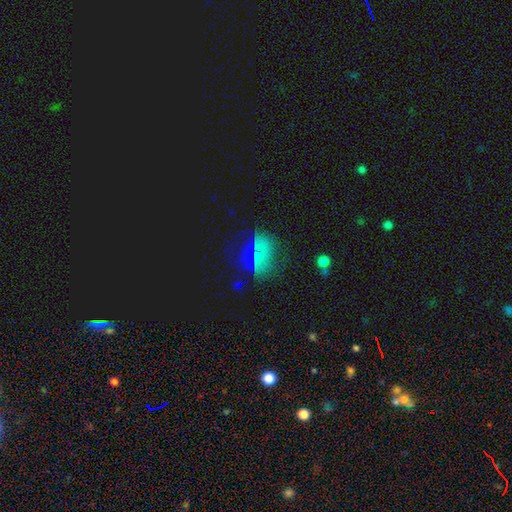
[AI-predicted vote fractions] Q: Smooth or featured?
A: smooth (53%); runner-up: star or artifact (32%)
Q: How rounded?
A: in between (59%); runner-up: round (38%)
Q: Merging?
A: none (70%); runner-up: minor disturbance (18%)